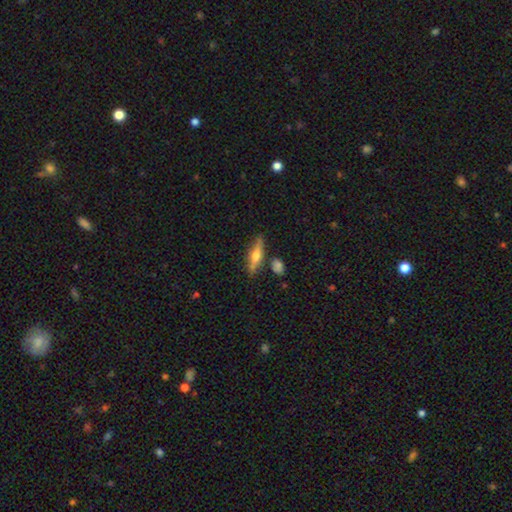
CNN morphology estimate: A featured or disk galaxy (50%).

Vote fractions:
- Smooth or featured? featured or disk: 50% / smooth: 44% / star or artifact: 7%
- Merging? none: 74% / minor disturbance: 15% / merger: 7% / major disturbance: 4%